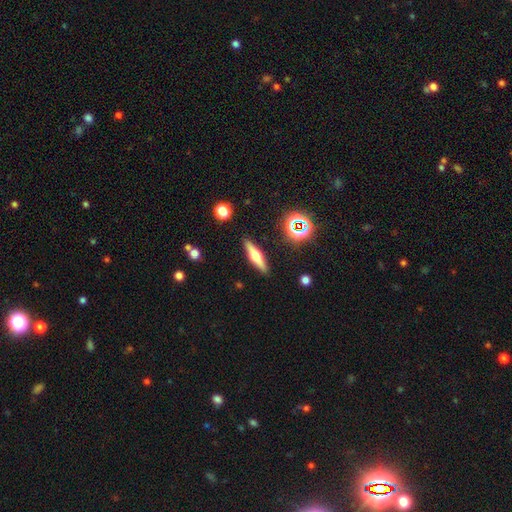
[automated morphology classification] type=featured or disk (56%); edge-on=yes (95%); edge-on bulge=rounded (91%); merging=none (89%).